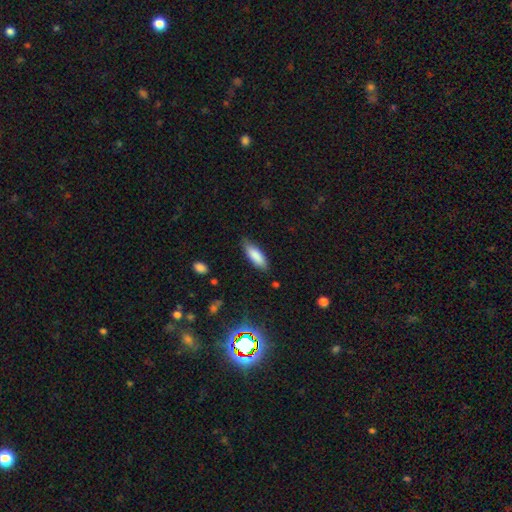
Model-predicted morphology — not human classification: type=smooth (86%); roundness=in between (65%); merging=none (79%).